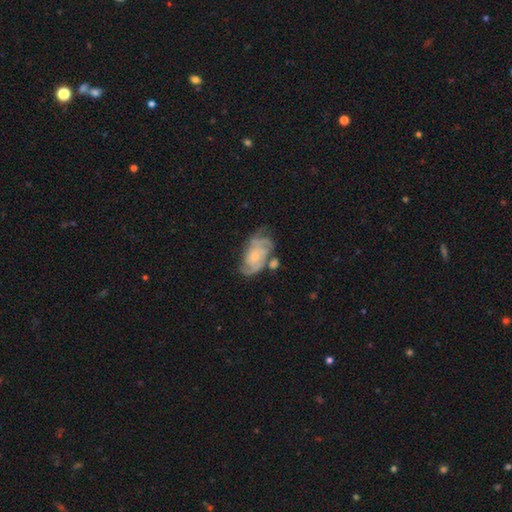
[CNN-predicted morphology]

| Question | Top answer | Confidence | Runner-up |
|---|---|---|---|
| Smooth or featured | featured or disk | 78% | smooth (16%) |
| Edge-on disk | no | 97% | yes (3%) |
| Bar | no | 72% | weak (24%) |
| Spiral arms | yes | 93% | no (7%) |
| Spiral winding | tight | 46% | medium (39%) |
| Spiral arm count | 2 | 49% | can't tell (23%) |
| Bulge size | small | 55% | moderate (32%) |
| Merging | none | 48% | minor disturbance (24%) |